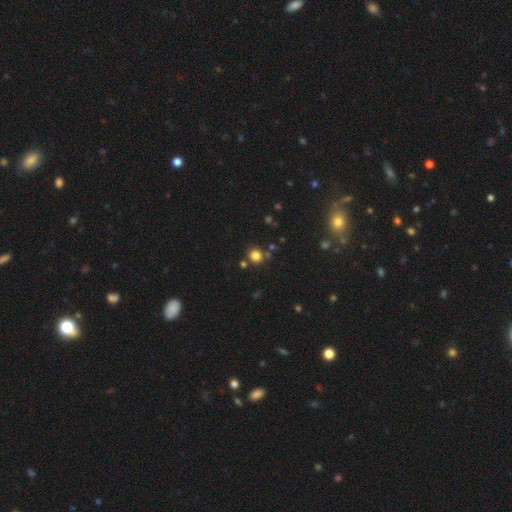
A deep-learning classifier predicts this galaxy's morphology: smooth 80%, star or artifact 15%, featured or disk 5%. Down the decision tree: how rounded — round (87%); merging — none (80%).